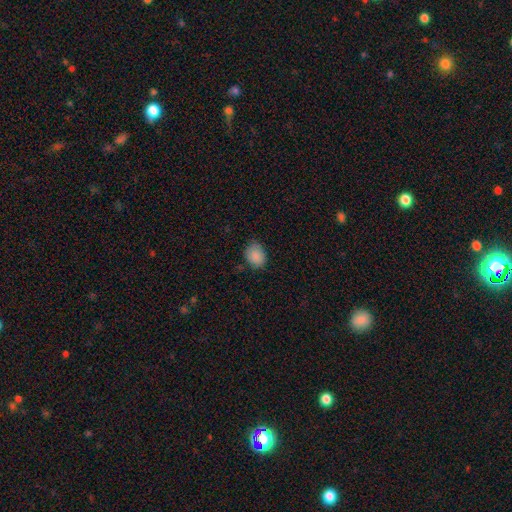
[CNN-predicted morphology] Overall: smooth (88%). How rounded: in between (60%; round 39%). Merging: none (74%).